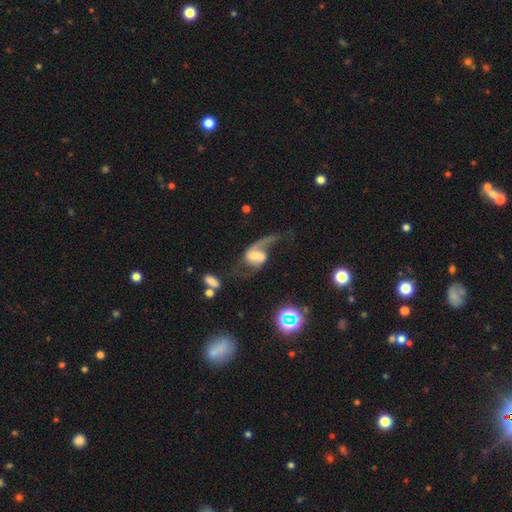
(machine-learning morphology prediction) Smooth or featured: featured or disk — 69% (smooth — 22%)
Edge-on disk: no — 96% (yes — 4%)
Bar: no — 49% (weak — 38%)
Spiral arms: yes — 85% (no — 15%)
Spiral winding: loose — 78% (medium — 18%)
Spiral arm count: 2 — 48% (1 — 46%)
Bulge size: moderate — 36% (small — 28%)
Merging: major disturbance — 46% (none — 23%)